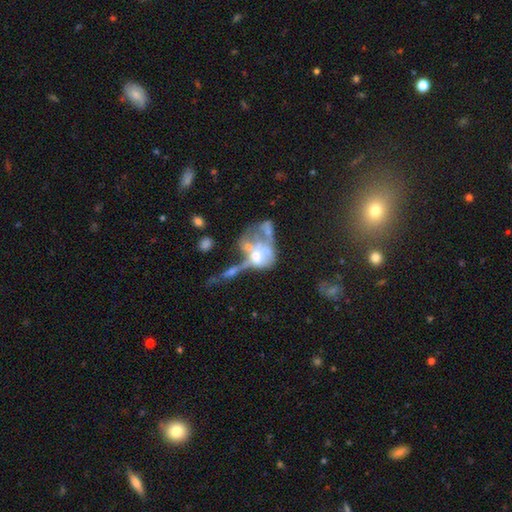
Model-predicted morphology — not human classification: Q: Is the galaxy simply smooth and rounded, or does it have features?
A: featured or disk — 58%.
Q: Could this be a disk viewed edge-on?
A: no — 94%.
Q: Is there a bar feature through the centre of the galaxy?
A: no — 86%.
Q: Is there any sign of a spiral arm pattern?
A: no — 87%.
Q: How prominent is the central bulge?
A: moderate — 44%.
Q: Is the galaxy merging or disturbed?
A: merger — 47%.